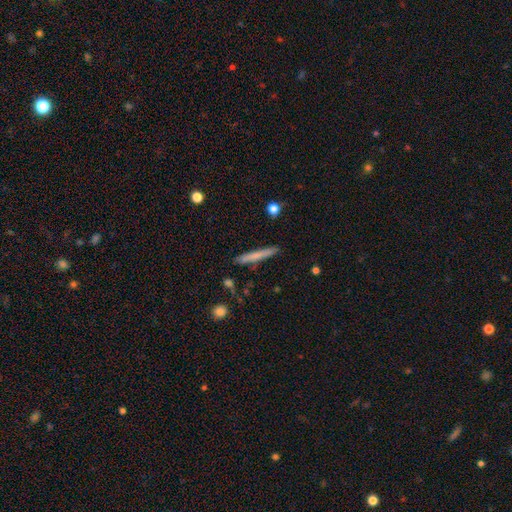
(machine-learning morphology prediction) smooth 68%, featured or disk 26%, star or artifact 6%. Down the decision tree: how rounded — cigar-shaped (96%); merging — none (87%).